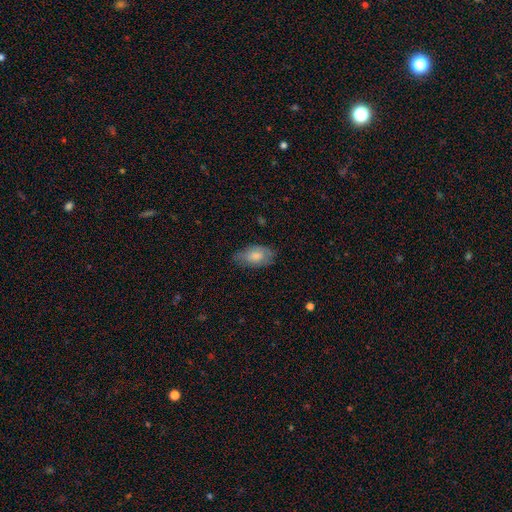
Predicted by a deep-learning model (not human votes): smooth 75%, featured or disk 19%, star or artifact 6%. Down the decision tree: how rounded — in between (93%); merging — none (64%).